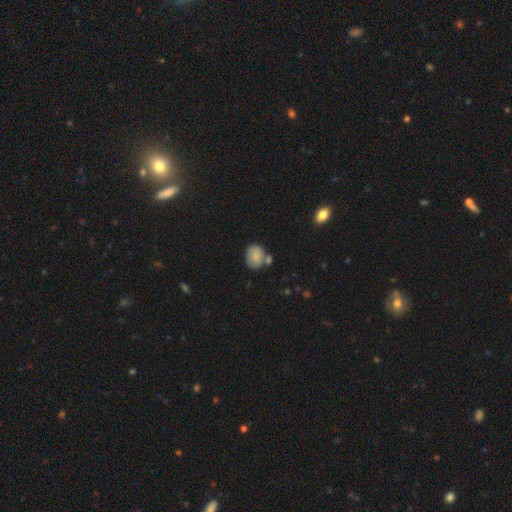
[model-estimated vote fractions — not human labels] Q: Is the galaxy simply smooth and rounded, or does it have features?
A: smooth — 81%.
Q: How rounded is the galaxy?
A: round — 62%.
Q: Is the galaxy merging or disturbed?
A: none — 57%.